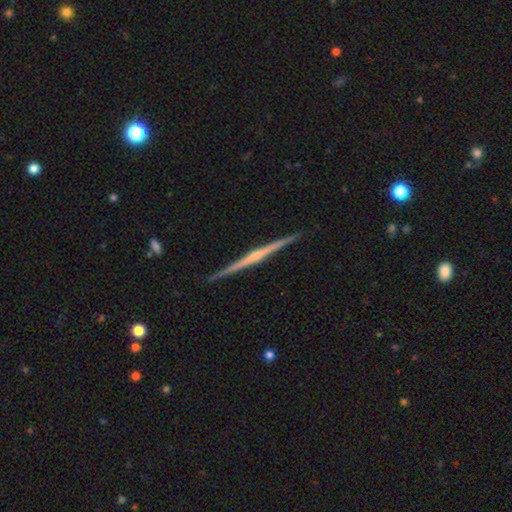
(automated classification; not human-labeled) The model was most divided on "edge-on bulge": rounded: 61%, none: 30%, boxy: 9%. More confident: edge-on disk — yes (99%); merging — none (92%); smooth or featured — featured or disk (82%).